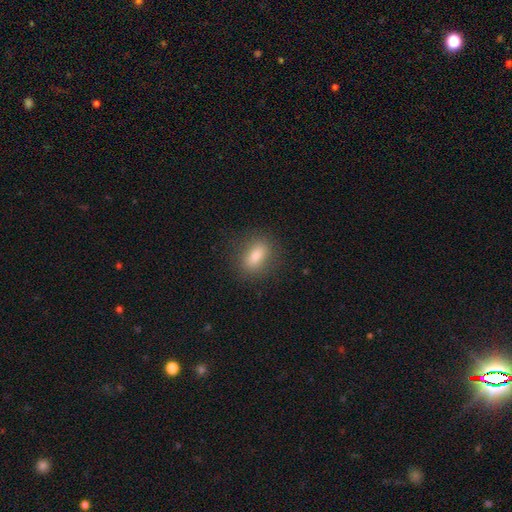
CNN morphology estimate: The model was most divided on "how rounded": in between: 73%, round: 17%, cigar-shaped: 10%. More confident: merging — none (85%); smooth or featured — smooth (78%).